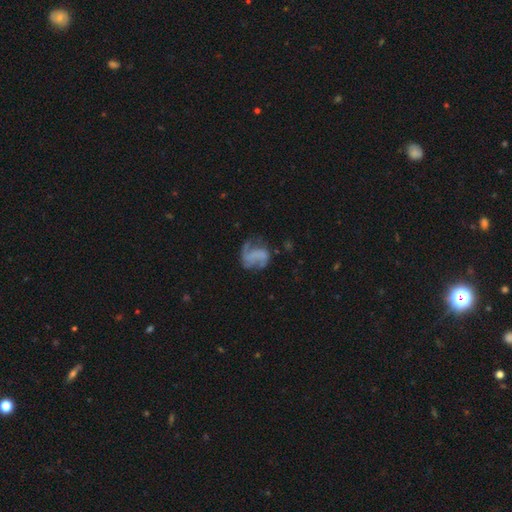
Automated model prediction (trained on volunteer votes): featured or disk 69%, smooth 22%, star or artifact 9%. Down the decision tree: edge-on disk — no (98%); bar — no (56%); spiral arms — yes (87%); spiral arm count — 2 (67%); spiral winding — loose (51%); bulge size — none (73%); merging — none (55%).